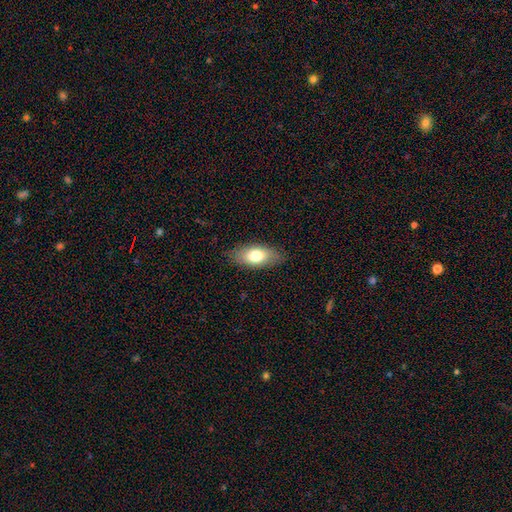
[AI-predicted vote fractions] Smooth or featured? Predicted: smooth (p=0.74). How rounded? Predicted: in between (p=0.87). Merging? Predicted: none (p=0.84).